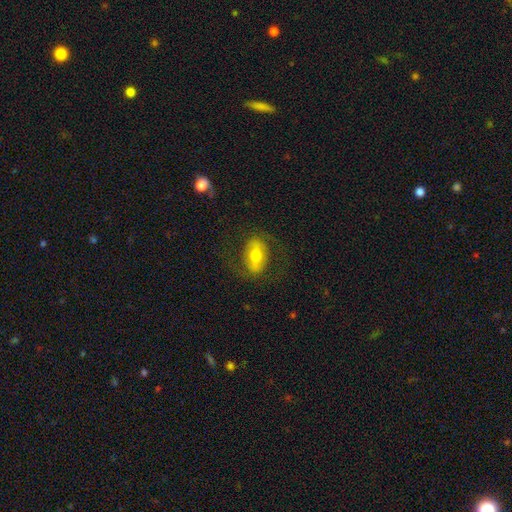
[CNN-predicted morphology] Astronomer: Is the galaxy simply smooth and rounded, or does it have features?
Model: featured or disk — 52% (runner-up: smooth, 40%).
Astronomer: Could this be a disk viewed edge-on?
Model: no — 88%.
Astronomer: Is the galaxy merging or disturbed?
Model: none — 73%.